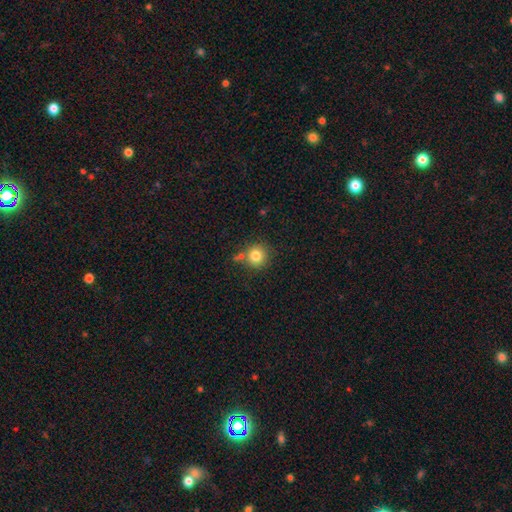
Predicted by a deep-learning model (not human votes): Q: Smooth or featured?
A: smooth (81%); runner-up: star or artifact (11%)
Q: How rounded?
A: round (92%); runner-up: in between (7%)
Q: Merging?
A: none (72%); runner-up: merger (13%)